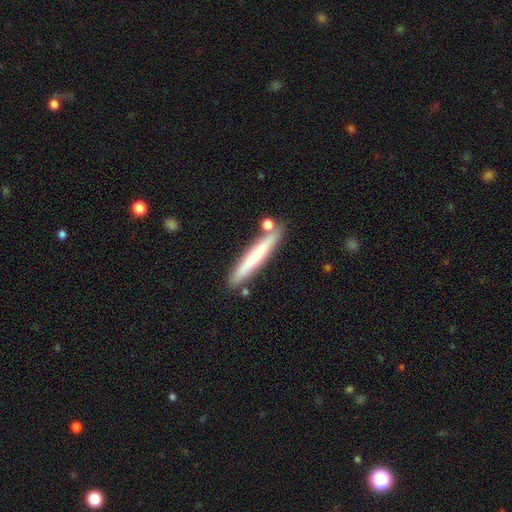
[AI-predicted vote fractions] smooth 61%, featured or disk 33%, star or artifact 6%. Down the decision tree: how rounded — cigar-shaped (94%); merging — none (78%).